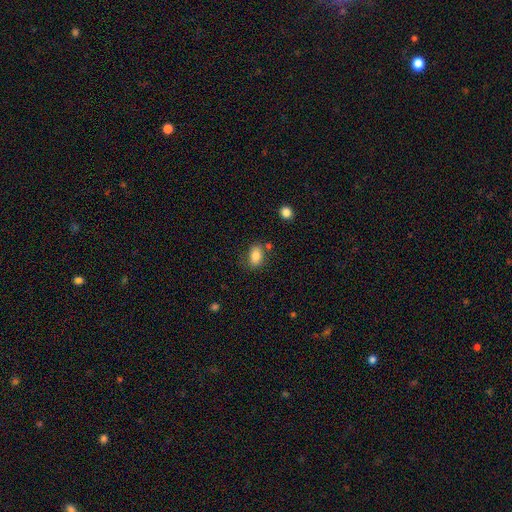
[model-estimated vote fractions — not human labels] A smooth galaxy with no disk features (83%) that is in between round and cigar-shaped (84%).

Vote fractions:
- Smooth or featured? smooth: 83% / star or artifact: 9% / featured or disk: 8%
- How rounded? in between: 84% / round: 14% / cigar-shaped: 2%
- Merging? none: 72% / minor disturbance: 16% / merger: 8% / major disturbance: 4%